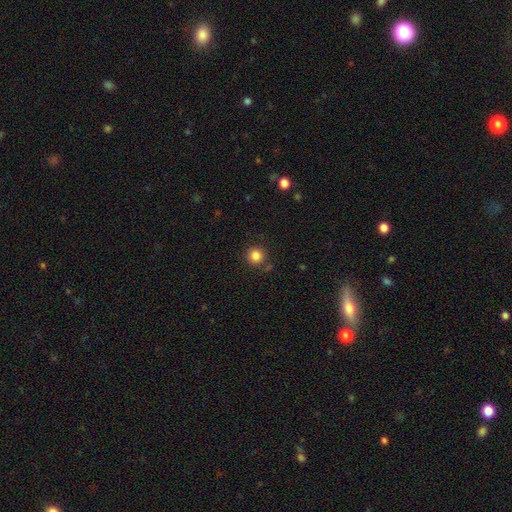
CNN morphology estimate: A smooth galaxy with no disk features (85%) that is round (93%). Merging: none (85%).